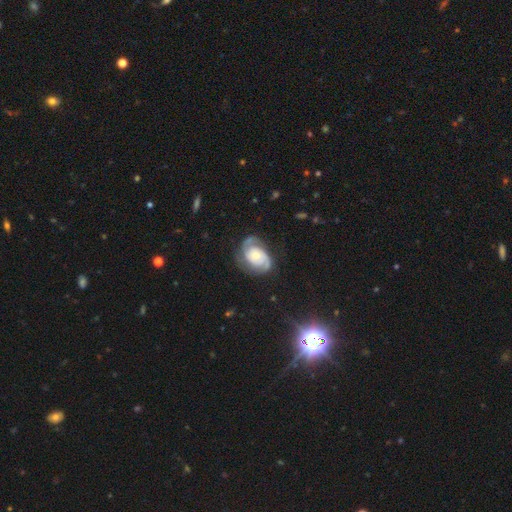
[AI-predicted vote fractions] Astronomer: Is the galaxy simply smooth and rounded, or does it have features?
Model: featured or disk — 84%.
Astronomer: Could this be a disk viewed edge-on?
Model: no — 97%.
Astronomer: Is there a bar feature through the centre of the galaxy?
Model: no — 74%.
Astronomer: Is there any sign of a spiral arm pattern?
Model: yes — 96%.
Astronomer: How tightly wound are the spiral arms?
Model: tight — 54% (runner-up: medium, 36%).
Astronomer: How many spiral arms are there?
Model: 2 — 70%.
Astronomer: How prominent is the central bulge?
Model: moderate — 50% (runner-up: small, 42%).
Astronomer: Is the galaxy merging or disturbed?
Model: none — 69%.